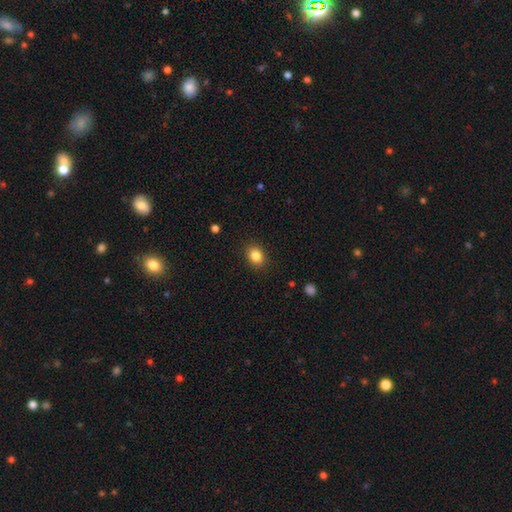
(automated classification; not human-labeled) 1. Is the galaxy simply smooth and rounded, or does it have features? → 85% smooth, 10% star or artifact, 5% featured or disk.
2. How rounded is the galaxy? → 59% in between, 40% round, 1% cigar-shaped.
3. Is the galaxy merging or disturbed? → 88% none, 8% minor disturbance, 2% major disturbance, 1% merger.